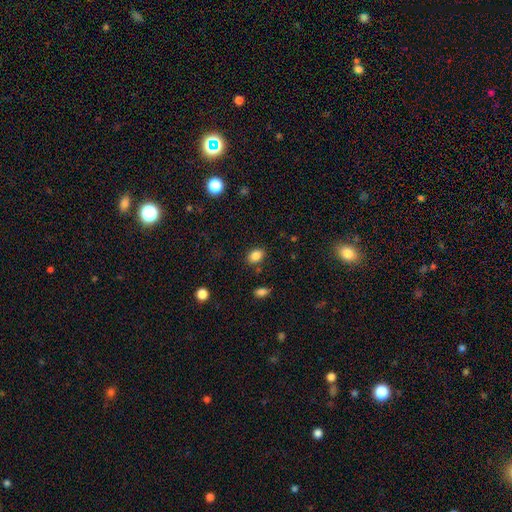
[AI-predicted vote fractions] Smooth or featured: smooth — 84% (star or artifact — 10%)
How rounded: in between — 69% (round — 30%)
Merging: none — 82% (minor disturbance — 12%)